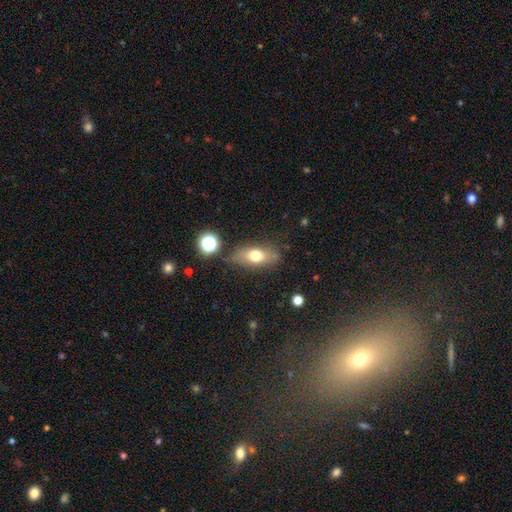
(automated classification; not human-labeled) Smooth or featured?
  - smooth: 67% *
  - featured or disk: 23%
  - star or artifact: 10%
How rounded?
  - in between: 72% *
  - cigar-shaped: 18%
  - round: 10%
Merging?
  - none: 75% *
  - minor disturbance: 16%
  - major disturbance: 5%
  - merger: 4%